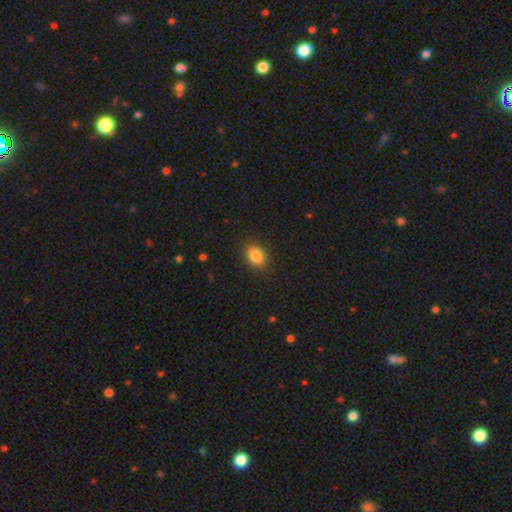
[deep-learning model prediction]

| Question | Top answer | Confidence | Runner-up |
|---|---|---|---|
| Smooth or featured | smooth | 85% | star or artifact (9%) |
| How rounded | in between | 77% | round (22%) |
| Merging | none | 88% | minor disturbance (9%) |